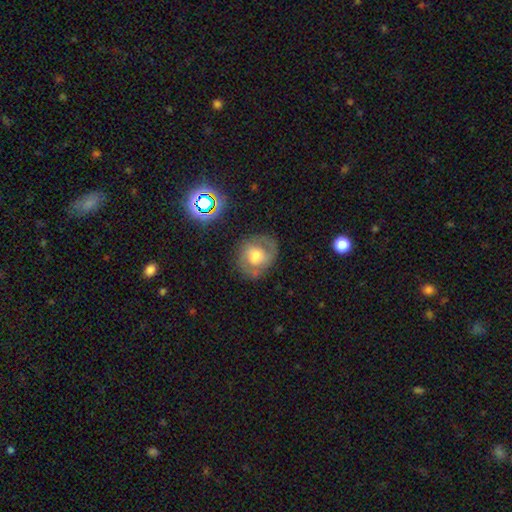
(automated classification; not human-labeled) Overall: featured or disk (48%; smooth 42%). Merging: none (67%).